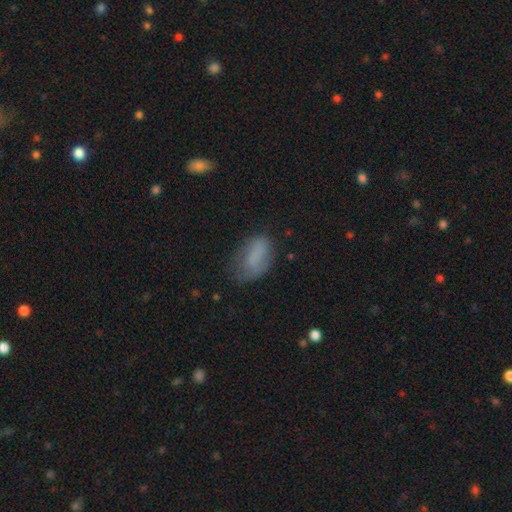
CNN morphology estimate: This appears to be a smooth galaxy with no disk features (76%) that is in between round and cigar-shaped (90%). Merging: none (53%).